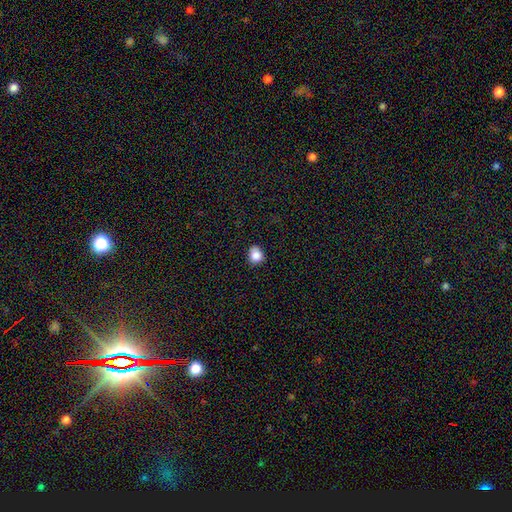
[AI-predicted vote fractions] Smooth or featured? Predicted: smooth (p=0.83). How rounded? Predicted: round (p=0.68). Merging? Predicted: none (p=0.74).